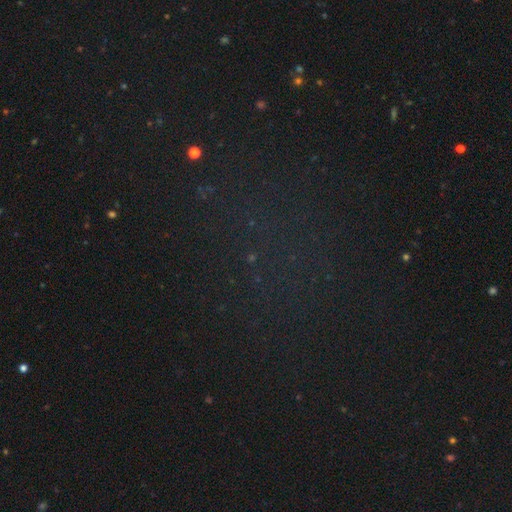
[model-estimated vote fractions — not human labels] star or artifact 71%, smooth 18%, featured or disk 10%.